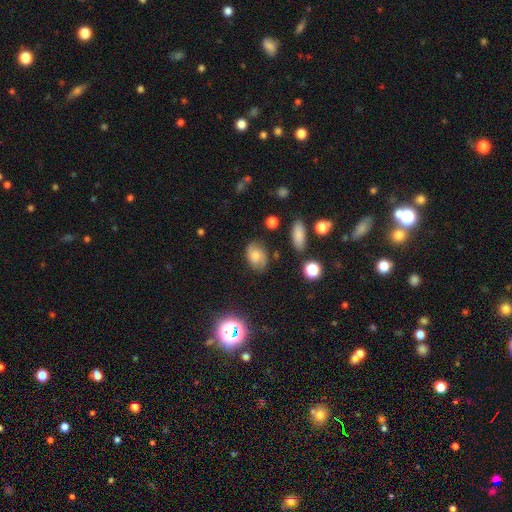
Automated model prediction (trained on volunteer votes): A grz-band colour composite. It shows a smooth galaxy with no disk features (58%) that is in between round and cigar-shaped (79%). Merging: none (76%).